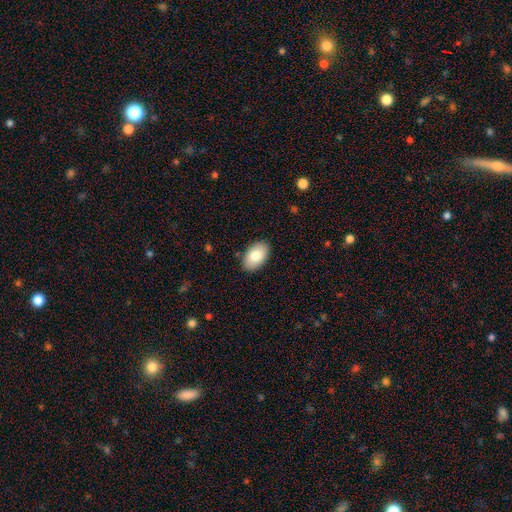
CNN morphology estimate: Smooth or featured: smooth — 80% (featured or disk — 13%)
How rounded: in between — 92% (round — 7%)
Merging: none — 87% (minor disturbance — 9%)